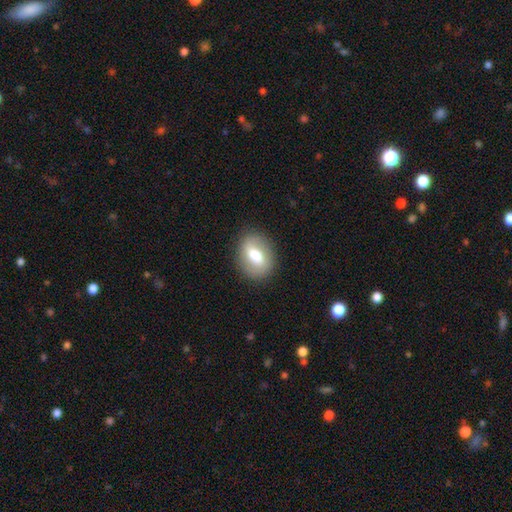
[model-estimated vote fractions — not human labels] Smooth or featured?
  - smooth: 61% *
  - featured or disk: 31%
  - star or artifact: 8%
How rounded?
  - in between: 66% *
  - round: 32%
  - cigar-shaped: 2%
Merging?
  - none: 85% *
  - minor disturbance: 10%
  - major disturbance: 4%
  - merger: 1%